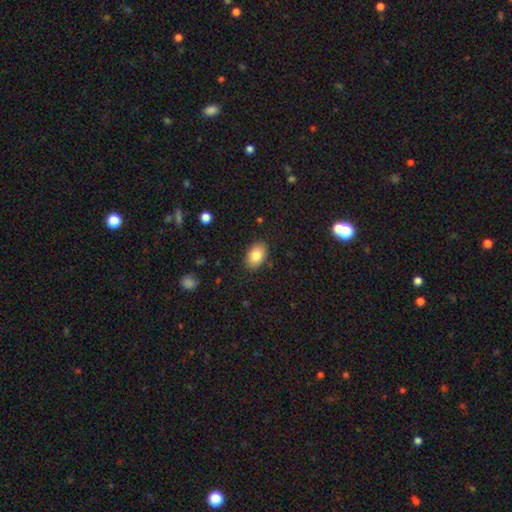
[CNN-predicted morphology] smooth-or-featured: smooth: 84% | featured or disk: 9% | star or artifact: 8%
  how-rounded: in between: 87% | round: 12% | cigar-shaped: 1%
  merging: none: 87% | minor disturbance: 10% | major disturbance: 2% | merger: 1%